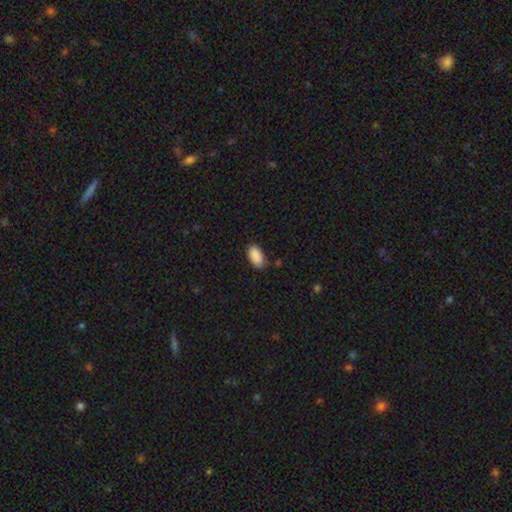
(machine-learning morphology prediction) A smooth galaxy with no disk features (89%) that is in between round and cigar-shaped (94%).

Vote fractions:
- Smooth or featured? smooth: 89% / star or artifact: 7% / featured or disk: 4%
- How rounded? in between: 94% / cigar-shaped: 3% / round: 3%
- Merging? none: 76% / minor disturbance: 18% / major disturbance: 3% / merger: 2%